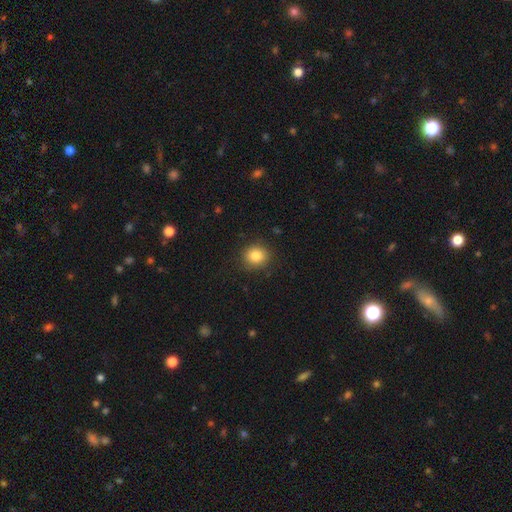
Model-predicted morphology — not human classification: Overall: smooth (84%). How rounded: round (80%). Merging: none (89%).